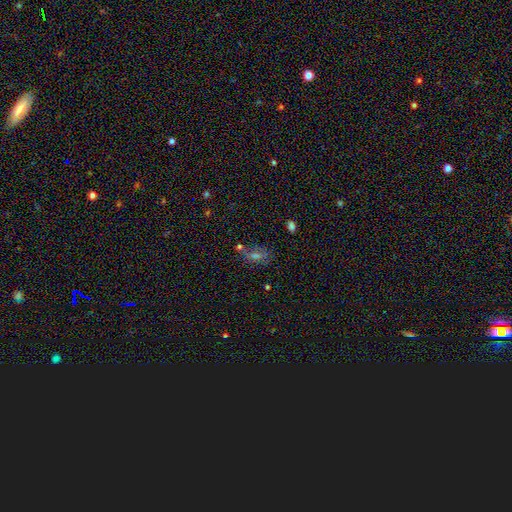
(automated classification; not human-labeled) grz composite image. It shows a smooth galaxy with no disk features (43%). Merging: none (59%).